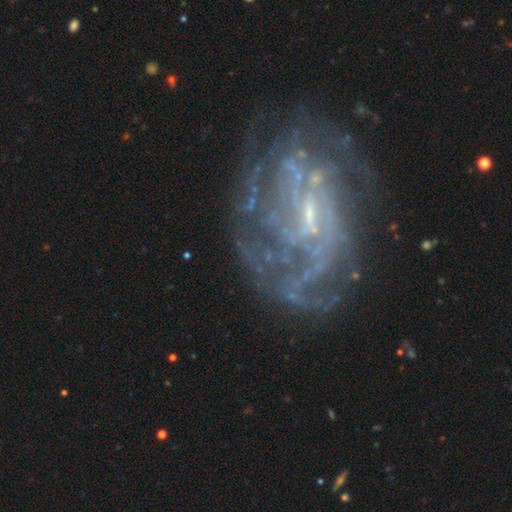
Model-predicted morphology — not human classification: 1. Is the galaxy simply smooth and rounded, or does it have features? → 85% featured or disk, 8% star or artifact, 6% smooth.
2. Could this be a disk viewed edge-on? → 97% no, 3% yes.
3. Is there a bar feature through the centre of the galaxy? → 54% weak, 27% no, 19% strong.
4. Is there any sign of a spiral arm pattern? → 89% yes, 11% no.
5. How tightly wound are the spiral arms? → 49% tight, 36% medium, 15% loose.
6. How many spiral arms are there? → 41% can't tell, 14% 4, 14% 2, 14% 3, 9% more than 4, 7% 1.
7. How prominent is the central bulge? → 65% small, 17% none, 16% moderate, 1% large, 1% dominant.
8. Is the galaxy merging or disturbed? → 60% none, 18% minor disturbance, 18% major disturbance, 3% merger.